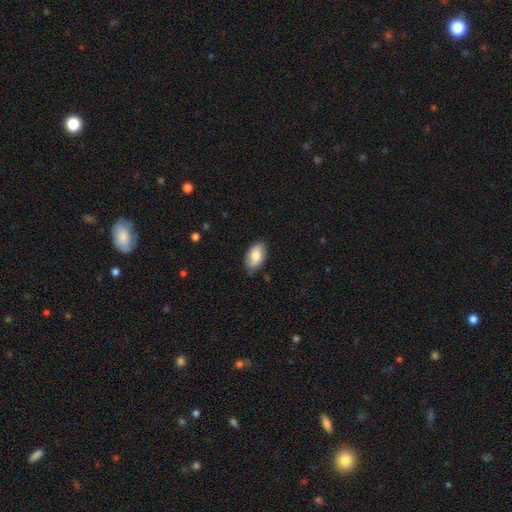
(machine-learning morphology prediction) type=smooth (77%); roundness=in between (93%); merging=none (79%).